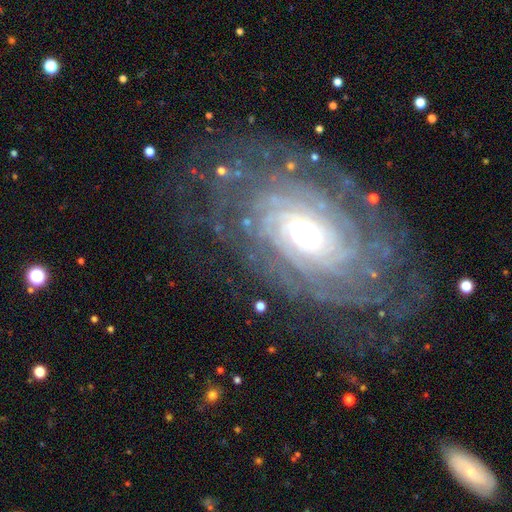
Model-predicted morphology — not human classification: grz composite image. It shows a featured or disk galaxy (88%) with no bar (68%), tight (81%) spiral arms (97%) and a moderate central bulge (53%). Merging: none (76%).